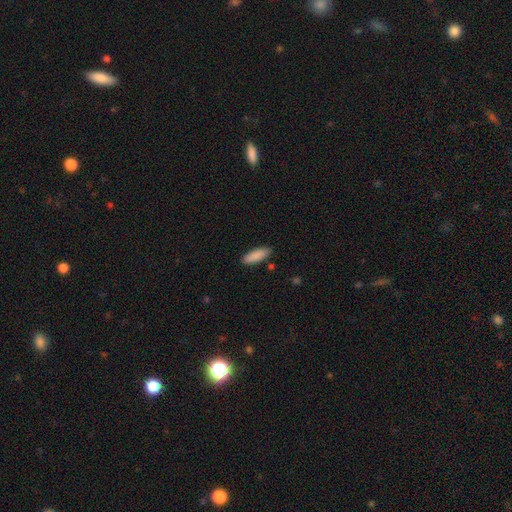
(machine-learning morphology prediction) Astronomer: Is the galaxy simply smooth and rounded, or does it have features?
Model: smooth — 89%.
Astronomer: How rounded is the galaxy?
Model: in between — 56% (runner-up: cigar-shaped, 43%).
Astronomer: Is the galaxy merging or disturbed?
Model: none — 88%.